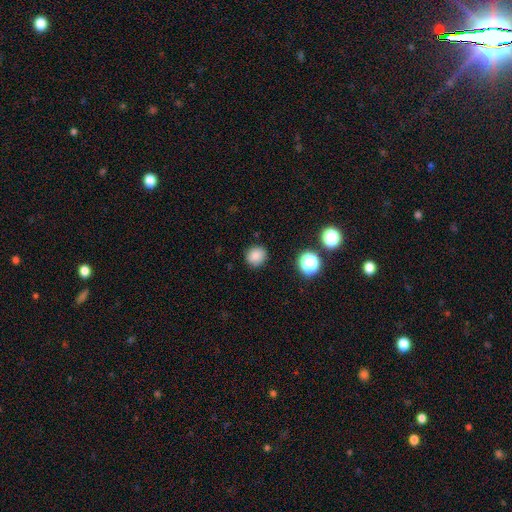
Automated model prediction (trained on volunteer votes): Q: Smooth or featured?
A: smooth (82%); runner-up: star or artifact (12%)
Q: How rounded?
A: round (86%); runner-up: in between (13%)
Q: Merging?
A: none (89%); runner-up: minor disturbance (8%)